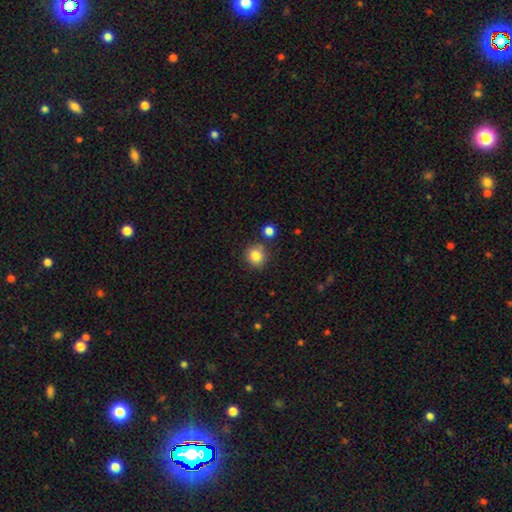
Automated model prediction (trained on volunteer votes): Smooth or featured? smooth (83%)
How rounded? round (88%)
Merging? none (80%)